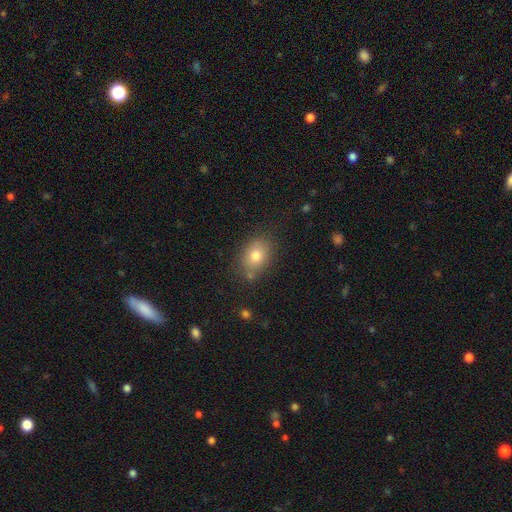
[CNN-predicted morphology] Smooth or featured?
  - smooth: 78% *
  - featured or disk: 11%
  - star or artifact: 11%
How rounded?
  - in between: 64% *
  - round: 35%
  - cigar-shaped: 1%
Merging?
  - none: 77% *
  - minor disturbance: 15%
  - merger: 5%
  - major disturbance: 4%